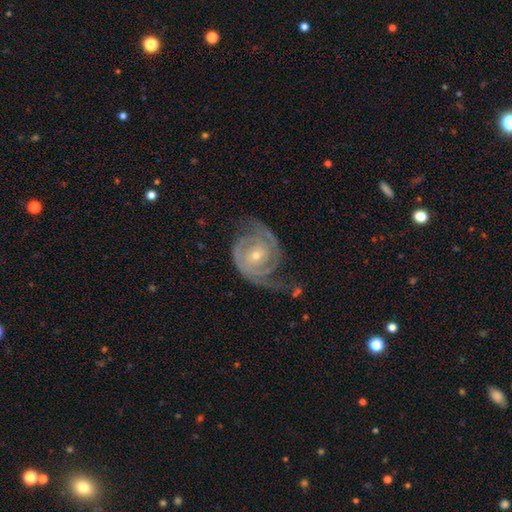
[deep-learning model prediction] This appears to be a featured or disk galaxy (89%) with no bar (63%), 2 (71%) tight (53%) spiral arms (97%) and a small central bulge (60%). Merging: none (61%).